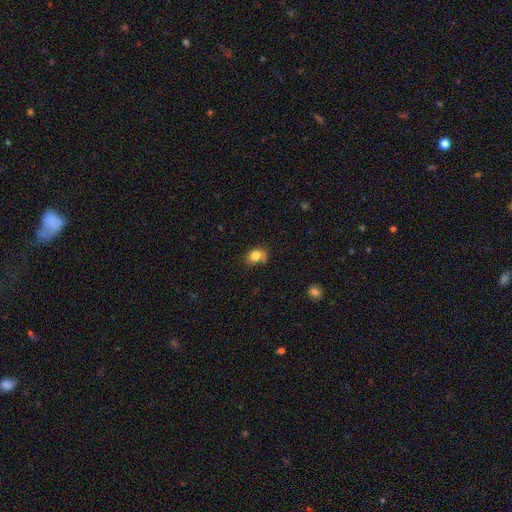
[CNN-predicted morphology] type=smooth (78%); roundness=in between (65%); merging=none (55%).